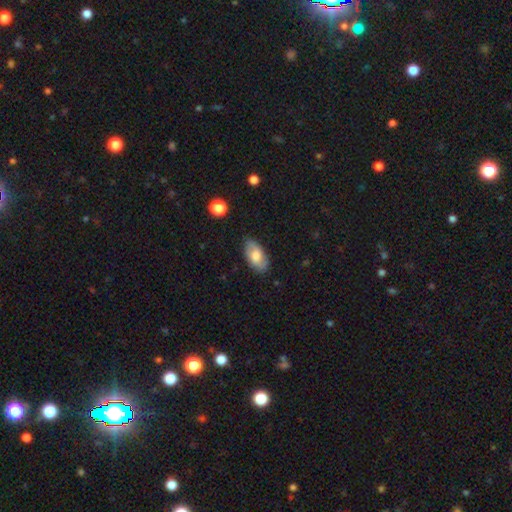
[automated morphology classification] Smooth or featured?
  - smooth: 62% *
  - featured or disk: 32%
  - star or artifact: 7%
How rounded?
  - in between: 94% *
  - round: 4%
  - cigar-shaped: 2%
Merging?
  - none: 78% *
  - minor disturbance: 17%
  - major disturbance: 4%
  - merger: 1%